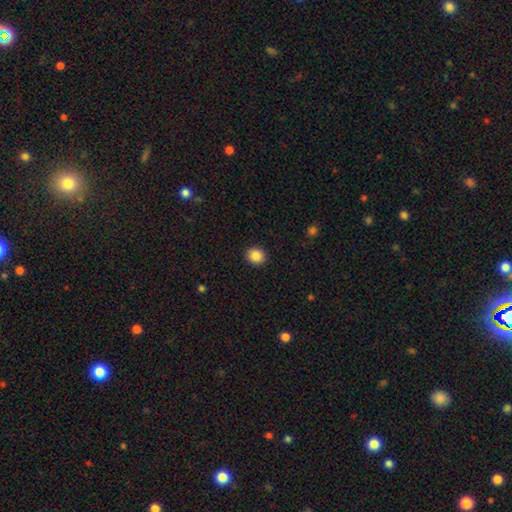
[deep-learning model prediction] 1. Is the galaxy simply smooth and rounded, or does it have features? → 86% smooth, 9% star or artifact, 4% featured or disk.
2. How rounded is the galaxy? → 80% round, 19% in between, 1% cigar-shaped.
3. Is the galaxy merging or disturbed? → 92% none, 5% minor disturbance, 2% major disturbance, 1% merger.